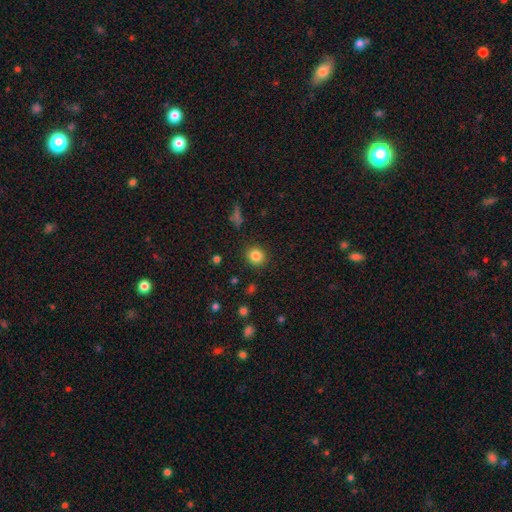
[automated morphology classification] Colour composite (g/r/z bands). It shows a smooth galaxy with no disk features (84%) that is round (85%). Merging: none (89%).